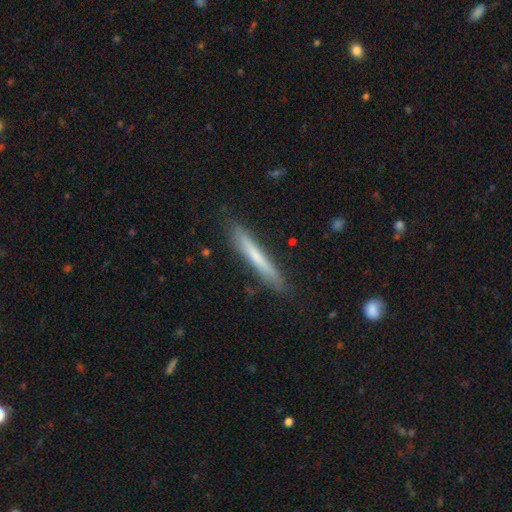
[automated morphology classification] A smooth galaxy with no disk features (63%) that is cigar-shaped (96%). Merging: none (84%).